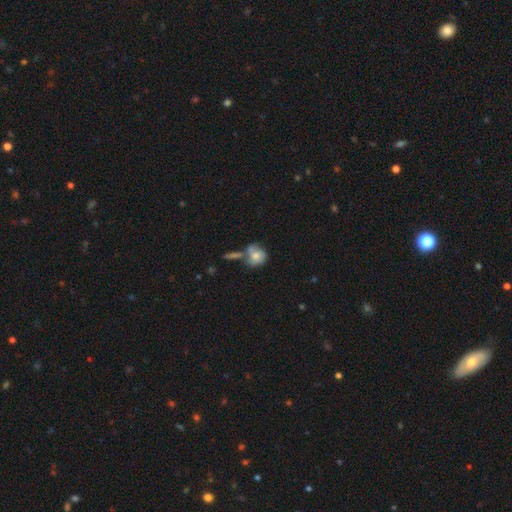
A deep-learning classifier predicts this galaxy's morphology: This is likely a smooth galaxy (66%). How rounded: likely round (70%). Merging: marginally none (38%).